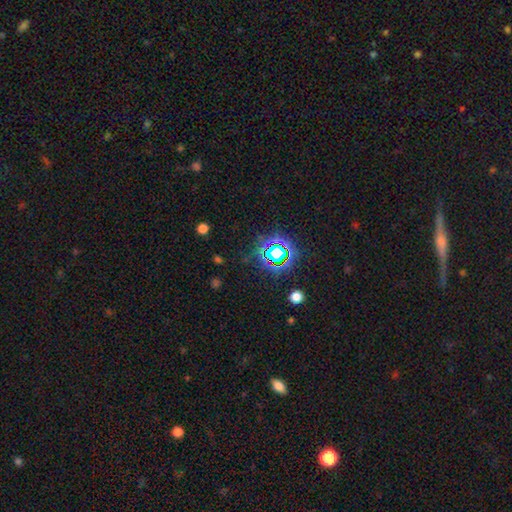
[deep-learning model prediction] Overall: star or artifact (72%).